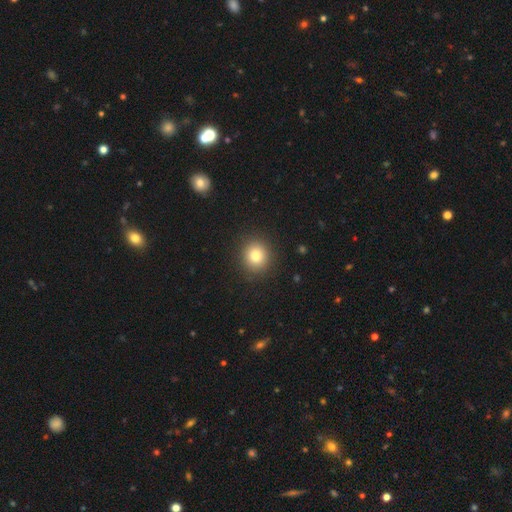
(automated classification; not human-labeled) smooth-or-featured: smooth: 81% | star or artifact: 11% | featured or disk: 8%
  how-rounded: round: 89% | in between: 10% | cigar-shaped: 1%
  merging: none: 90% | minor disturbance: 6% | major disturbance: 2% | merger: 1%